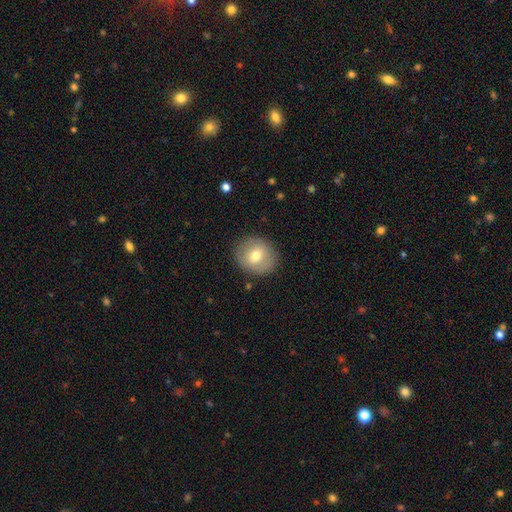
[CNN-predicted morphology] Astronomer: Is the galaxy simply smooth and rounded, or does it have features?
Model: smooth — 68%.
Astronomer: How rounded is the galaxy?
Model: round — 79%.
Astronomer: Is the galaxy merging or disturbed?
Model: none — 86%.